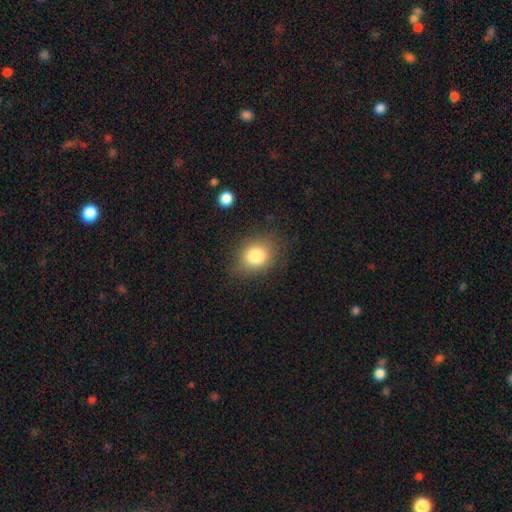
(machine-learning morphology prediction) type=smooth (82%); roundness=in between (53%); merging=none (78%).